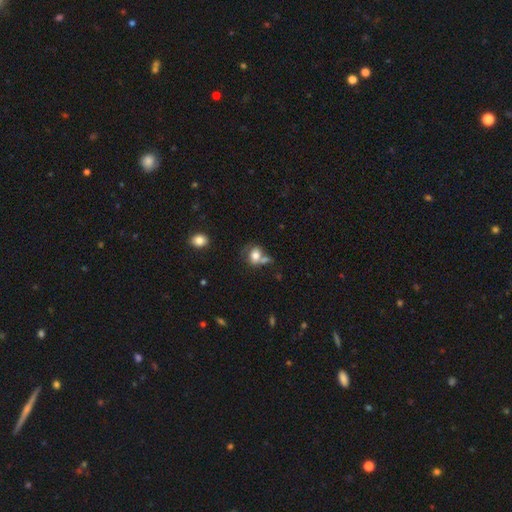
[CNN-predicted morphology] smooth_or_featured: smooth (p=0.73) [alt: featured or disk p=0.17]
how_rounded: in between (p=0.54) [alt: round p=0.45]
merging: merger (p=0.38) [alt: none p=0.35]